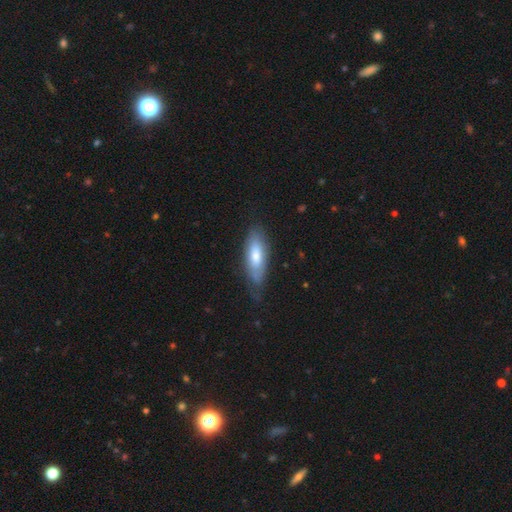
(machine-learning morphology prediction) Smooth or featured? Predicted: smooth (p=0.64). How rounded? Predicted: in between (p=0.64). Merging? Predicted: none (p=0.66).